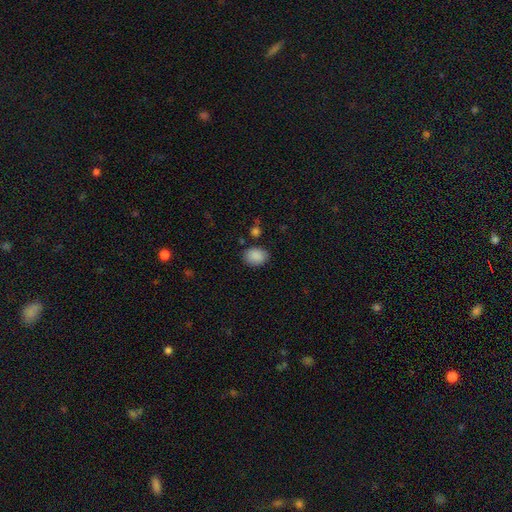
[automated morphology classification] Q: Smooth or featured?
A: smooth (89%); runner-up: star or artifact (8%)
Q: How rounded?
A: in between (65%); runner-up: round (34%)
Q: Merging?
A: none (82%); runner-up: minor disturbance (12%)